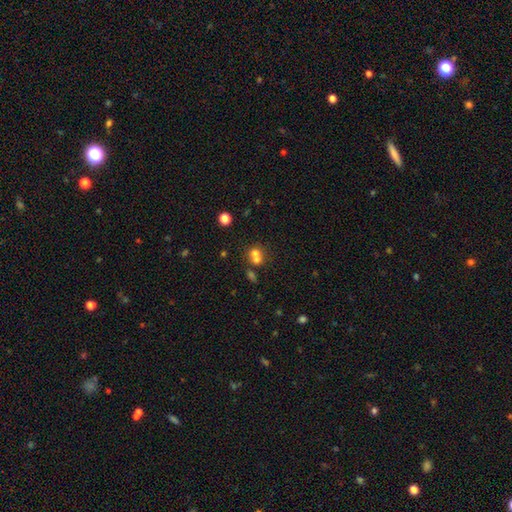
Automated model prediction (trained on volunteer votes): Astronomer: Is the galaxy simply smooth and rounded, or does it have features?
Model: smooth — 66%.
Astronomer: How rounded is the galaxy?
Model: round — 72%.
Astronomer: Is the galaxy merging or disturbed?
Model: merger — 60%.